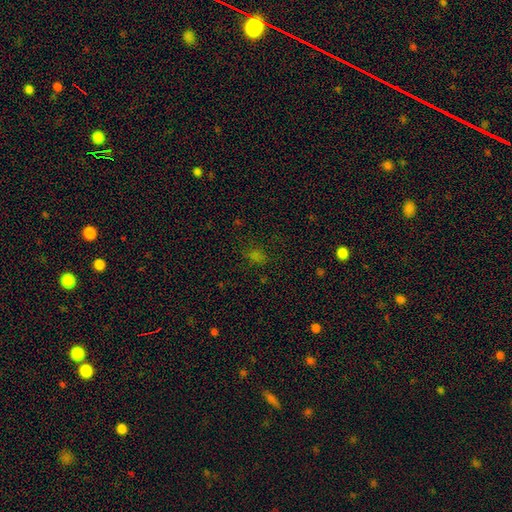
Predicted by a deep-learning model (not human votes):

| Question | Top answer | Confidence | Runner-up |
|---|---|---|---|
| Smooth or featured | smooth | 58% | star or artifact (35%) |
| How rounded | in between | 59% | round (38%) |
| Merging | none | 77% | minor disturbance (14%) |